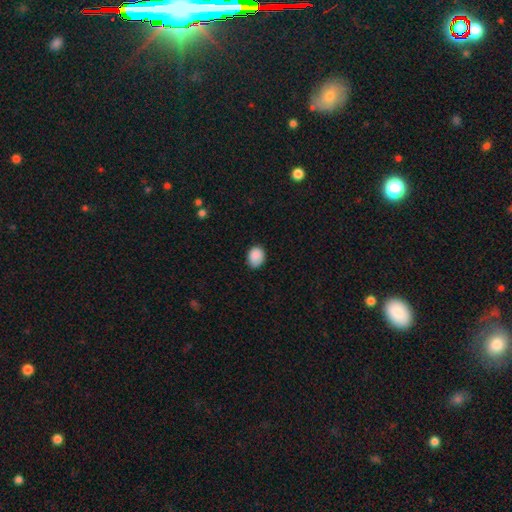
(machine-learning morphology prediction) Overall: smooth (88%). How rounded: in between (61%; round 38%). Merging: none (77%).